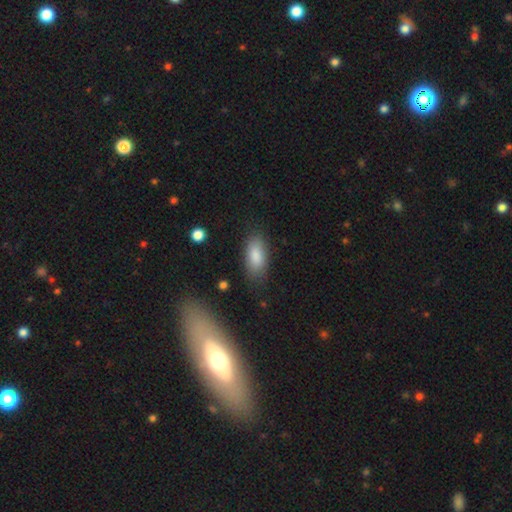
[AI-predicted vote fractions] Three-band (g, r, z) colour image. It shows a smooth galaxy with no disk features (85%) that is in between round and cigar-shaped (88%). Merging: none (79%).